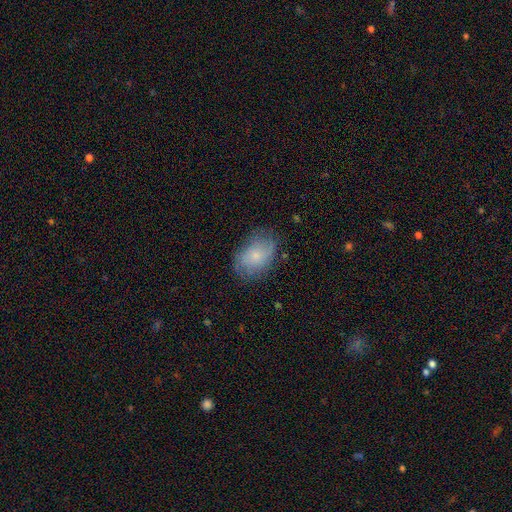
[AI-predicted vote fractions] Q: Smooth or featured?
A: smooth (56%); runner-up: featured or disk (36%)
Q: How rounded?
A: in between (79%); runner-up: round (20%)
Q: Merging?
A: none (69%); runner-up: minor disturbance (22%)